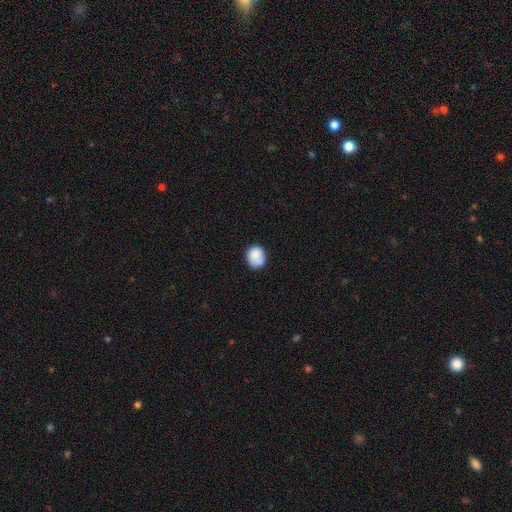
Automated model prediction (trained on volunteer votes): This is clearly a smooth galaxy (84%). How rounded: likely round (70%). Merging: likely none (68%).